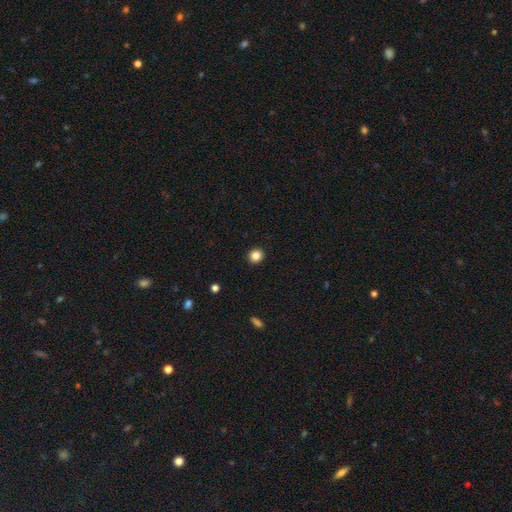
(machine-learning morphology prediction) This is clearly a smooth galaxy (85%). How rounded: clearly round (88%). Merging: clearly none (93%).